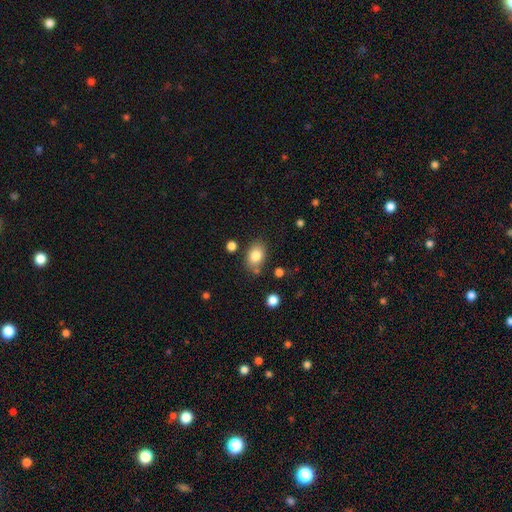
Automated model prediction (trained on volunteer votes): Overall: smooth (82%). How rounded: in between (78%). Merging: none (76%).